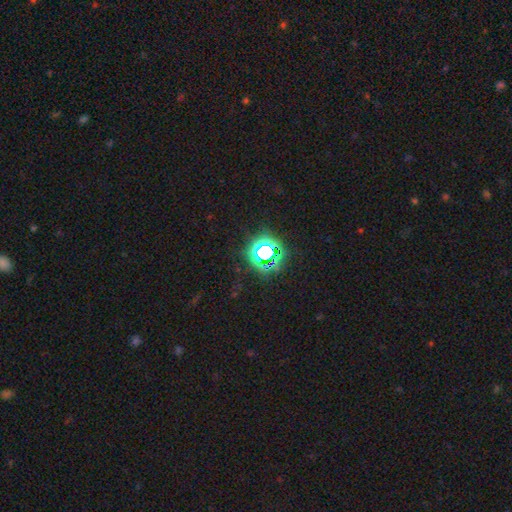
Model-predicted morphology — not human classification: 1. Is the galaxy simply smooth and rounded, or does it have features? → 75% star or artifact, 19% smooth, 7% featured or disk.